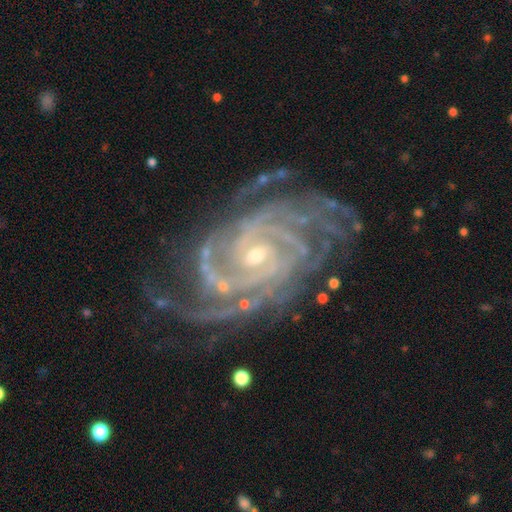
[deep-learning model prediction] featured or disk 93%, star or artifact 5%, smooth 2%. Down the decision tree: edge-on disk — no (97%); bar — no (52%); spiral arms — yes (99%); spiral arm count — 4 (25%); spiral winding — tight (77%); bulge size — small (69%); merging — none (73%).